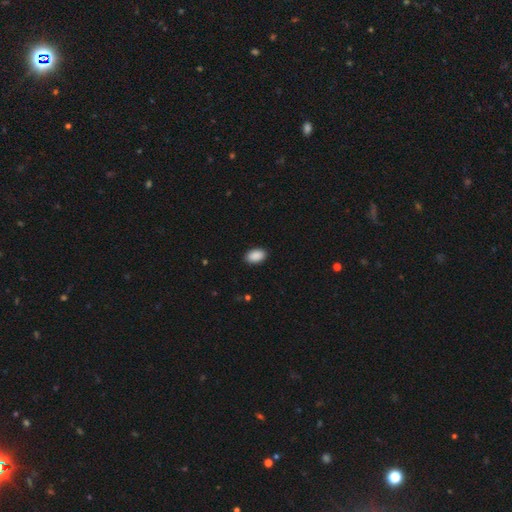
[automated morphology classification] Smooth or featured? smooth (91%)
How rounded? in between (92%)
Merging? none (90%)